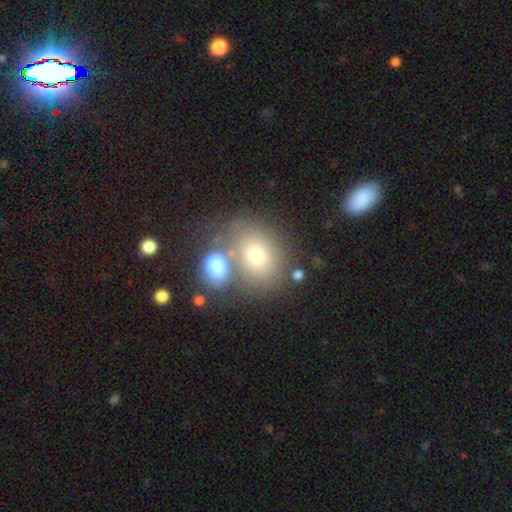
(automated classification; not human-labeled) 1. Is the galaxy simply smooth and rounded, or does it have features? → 70% smooth, 17% featured or disk, 12% star or artifact.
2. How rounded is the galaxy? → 53% round, 46% in between, 1% cigar-shaped.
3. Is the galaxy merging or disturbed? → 50% none, 31% merger, 13% minor disturbance, 6% major disturbance.